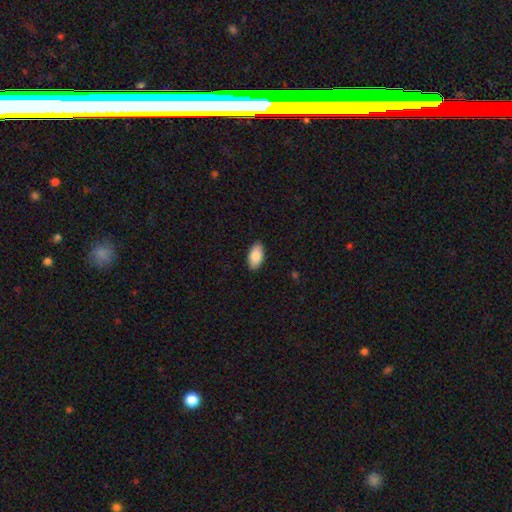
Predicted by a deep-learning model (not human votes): smooth-or-featured: smooth: 85% | featured or disk: 9% | star or artifact: 6%
  how-rounded: in between: 95% | round: 3% | cigar-shaped: 3%
  merging: none: 89% | minor disturbance: 8% | major disturbance: 2% | merger: 1%